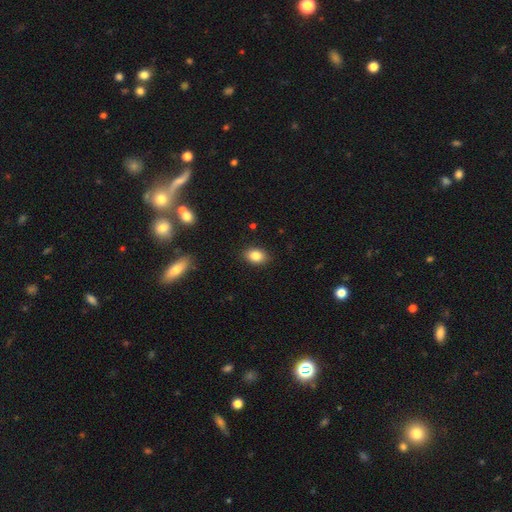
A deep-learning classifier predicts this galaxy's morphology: smooth 84%, star or artifact 9%, featured or disk 7%. Down the decision tree: how rounded — in between (77%); merging — none (88%).